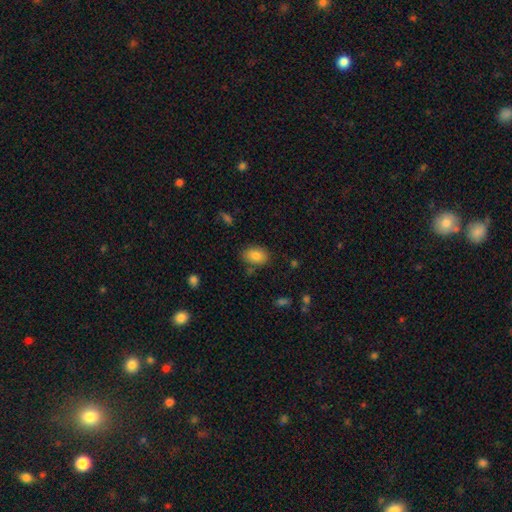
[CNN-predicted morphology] This appears to be a smooth galaxy with no disk features (84%) that is in between round and cigar-shaped (83%). Merging: none (80%).